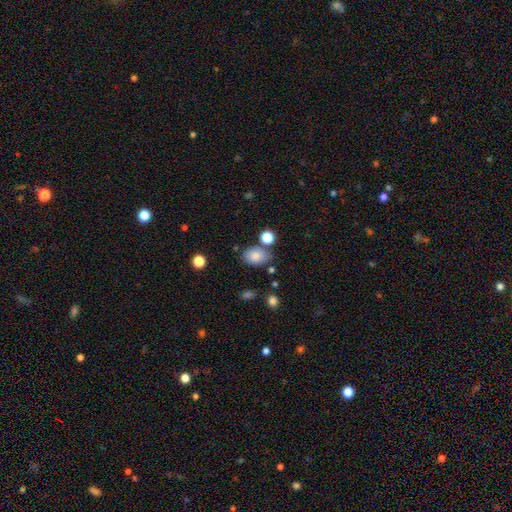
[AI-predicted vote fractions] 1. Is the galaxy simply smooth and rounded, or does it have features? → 82% smooth, 9% star or artifact, 9% featured or disk.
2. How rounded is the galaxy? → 77% in between, 22% round, 1% cigar-shaped.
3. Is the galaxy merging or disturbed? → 72% none, 15% minor disturbance, 9% merger, 4% major disturbance.